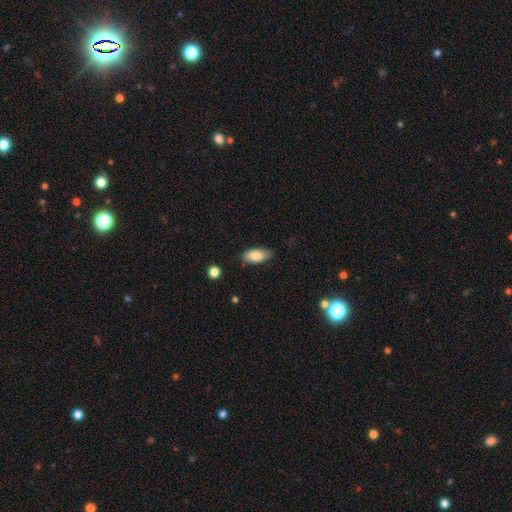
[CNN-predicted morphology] A smooth galaxy with no disk features (83%) that is in between round and cigar-shaped (88%).

Vote fractions:
- Smooth or featured? smooth: 83% / featured or disk: 10% / star or artifact: 7%
- How rounded? in between: 88% / cigar-shaped: 9% / round: 2%
- Merging? none: 79% / minor disturbance: 16% / major disturbance: 3% / merger: 2%